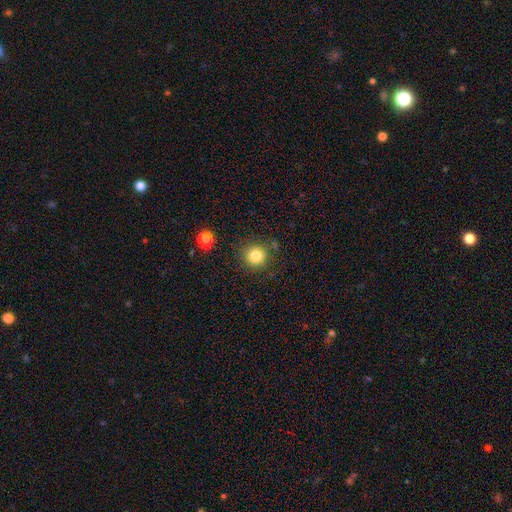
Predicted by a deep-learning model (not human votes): Smooth or featured? smooth (82%)
How rounded? round (93%)
Merging? none (84%)